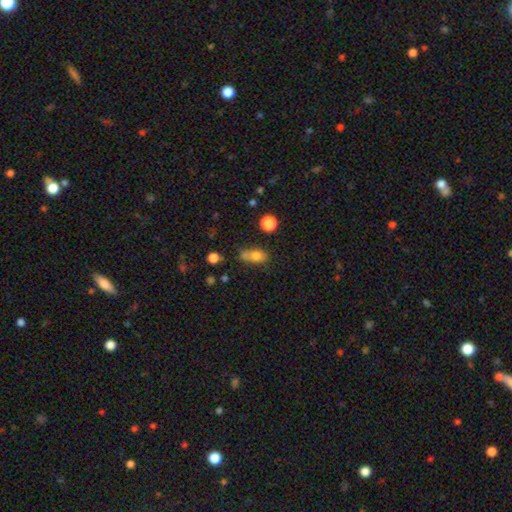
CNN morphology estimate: Smooth or featured: smooth — 74% (featured or disk — 13%)
How rounded: in between — 60% (round — 36%)
Merging: none — 37% (merger — 30%)